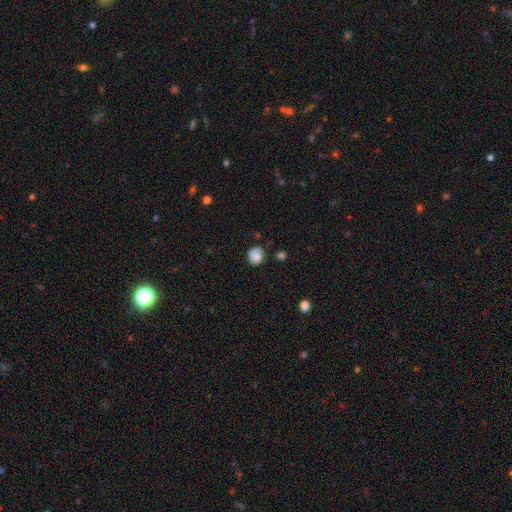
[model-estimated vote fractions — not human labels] Smooth or featured?
  - smooth: 80% *
  - featured or disk: 11%
  - star or artifact: 9%
How rounded?
  - round: 66% *
  - in between: 33%
  - cigar-shaped: 1%
Merging?
  - none: 66% *
  - minor disturbance: 24%
  - major disturbance: 6%
  - merger: 4%